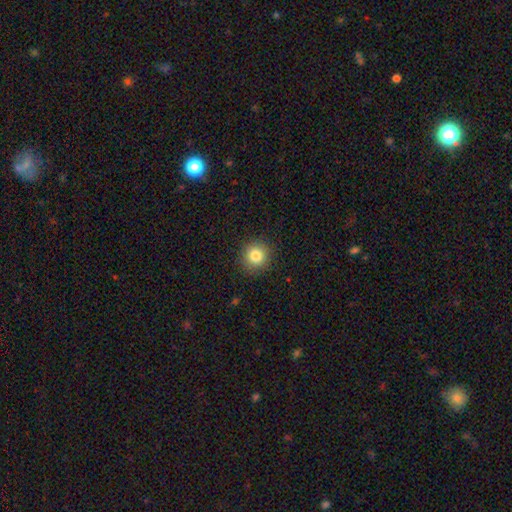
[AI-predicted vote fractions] Smooth or featured? smooth (83%)
How rounded? round (92%)
Merging? none (90%)